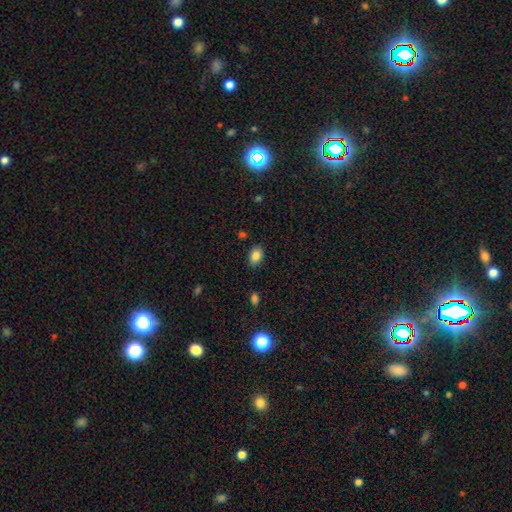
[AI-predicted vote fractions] Smooth or featured: smooth — 84% (star or artifact — 9%)
How rounded: in between — 81% (round — 18%)
Merging: none — 85% (minor disturbance — 11%)